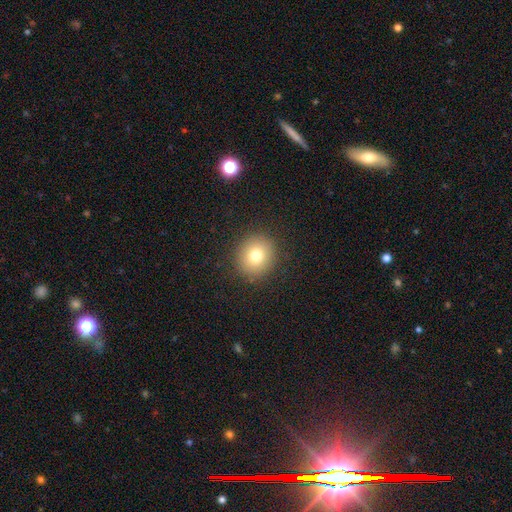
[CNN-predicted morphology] This appears to be a smooth galaxy with no disk features (77%) that is round (89%). Merging: none (90%).